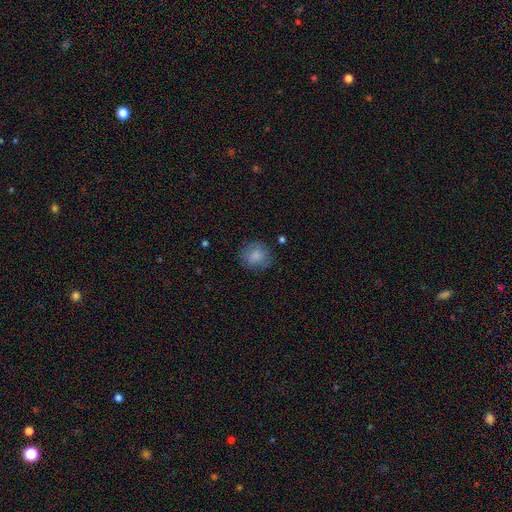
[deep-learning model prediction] Q: Smooth or featured?
A: smooth (82%); runner-up: featured or disk (10%)
Q: How rounded?
A: round (85%); runner-up: in between (14%)
Q: Merging?
A: none (79%); runner-up: minor disturbance (15%)